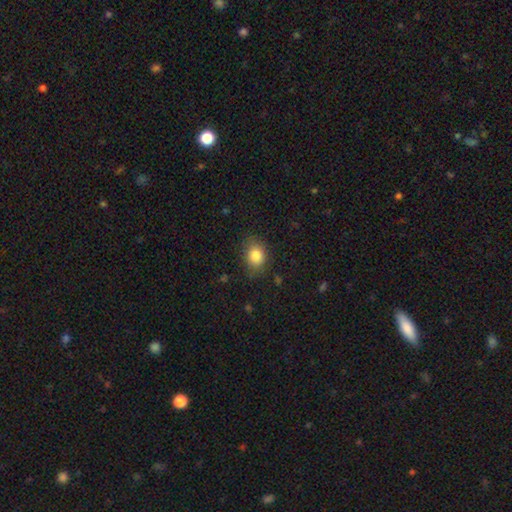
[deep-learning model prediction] smooth-or-featured: smooth: 84% | star or artifact: 10% | featured or disk: 6%
  how-rounded: in between: 56% | round: 43% | cigar-shaped: 1%
  merging: none: 79% | minor disturbance: 16% | major disturbance: 4% | merger: 1%